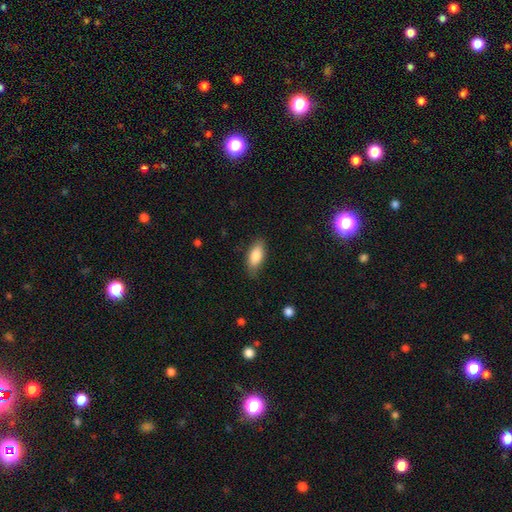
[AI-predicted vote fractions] Smooth or featured? smooth (84%)
How rounded? in between (87%)
Merging? none (80%)